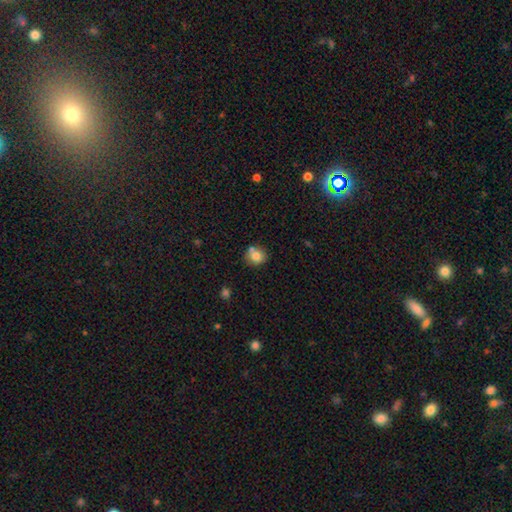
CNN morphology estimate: smooth_or_featured: smooth (p=0.79) [alt: featured or disk p=0.10]
how_rounded: round (p=0.83) [alt: in between p=0.16]
merging: none (p=0.66) [alt: merger p=0.19]